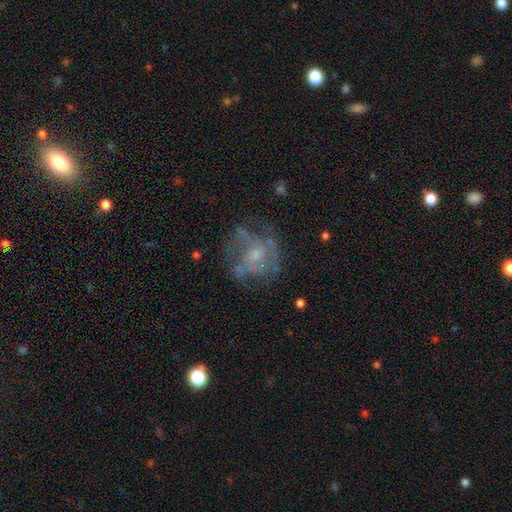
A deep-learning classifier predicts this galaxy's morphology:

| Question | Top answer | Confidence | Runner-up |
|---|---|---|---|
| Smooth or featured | featured or disk | 64% | smooth (25%) |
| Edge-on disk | no | 98% | yes (2%) |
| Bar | no | 80% | weak (17%) |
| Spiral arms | no | 55% | yes (45%) |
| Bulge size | small | 48% | moderate (37%) |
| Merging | none | 53% | major disturbance (23%) |